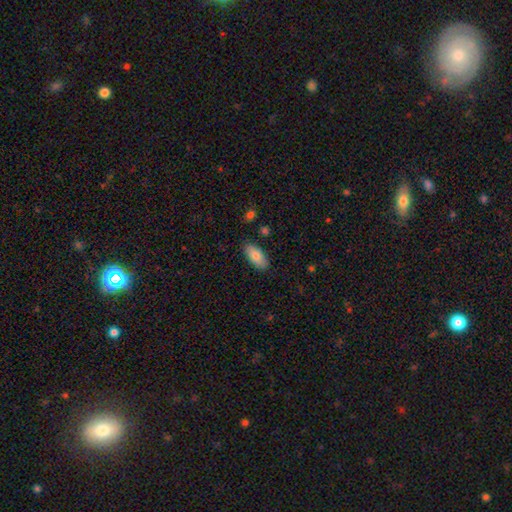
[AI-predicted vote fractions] smooth_or_featured: smooth (p=0.80) [alt: featured or disk p=0.14]
how_rounded: in between (p=0.90) [alt: cigar-shaped p=0.08]
merging: none (p=0.85) [alt: minor disturbance p=0.11]